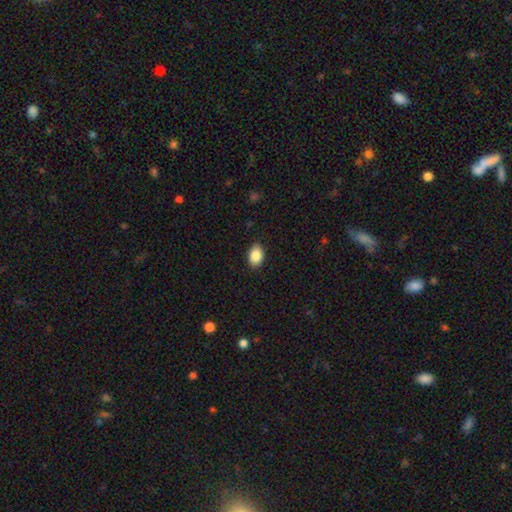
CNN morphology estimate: Smooth or featured? smooth (87%)
How rounded? in between (85%)
Merging? none (87%)